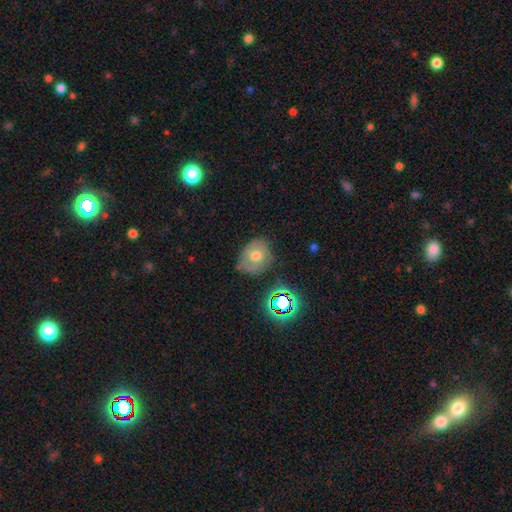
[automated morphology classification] This appears to be a smooth galaxy with no disk features (55%) that is round (55%). Merging: none (66%).